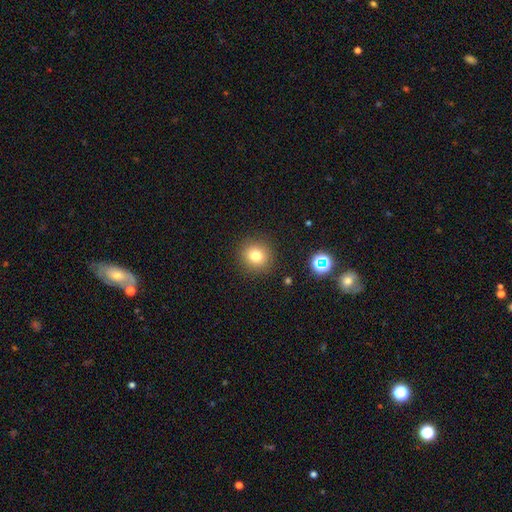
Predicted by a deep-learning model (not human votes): A smooth galaxy with no disk features (78%) that is round (91%). Merging: none (89%).